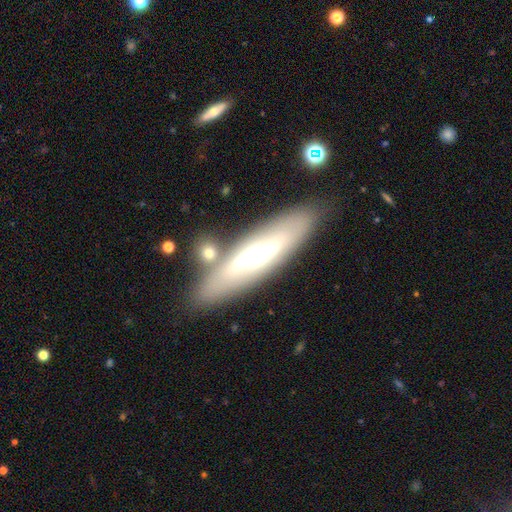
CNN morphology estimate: Smooth or featured? Predicted: featured or disk (p=0.61). Edge-on disk? Predicted: no (p=0.51). Merging? Predicted: none (p=0.76).